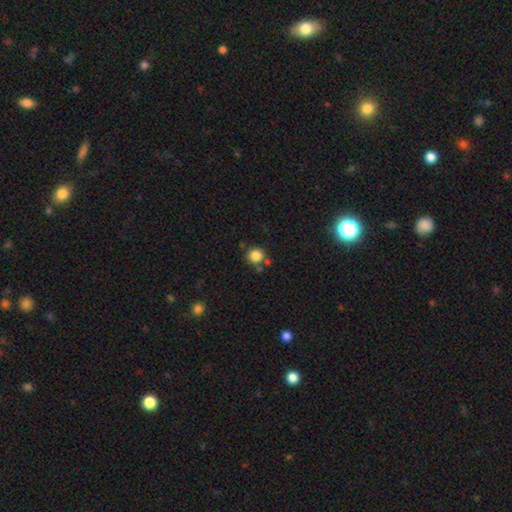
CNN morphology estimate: Smooth or featured?
  - smooth: 84% *
  - star or artifact: 11%
  - featured or disk: 5%
How rounded?
  - round: 91% *
  - in between: 8%
  - cigar-shaped: 1%
Merging?
  - none: 74% *
  - merger: 12%
  - minor disturbance: 11%
  - major disturbance: 3%